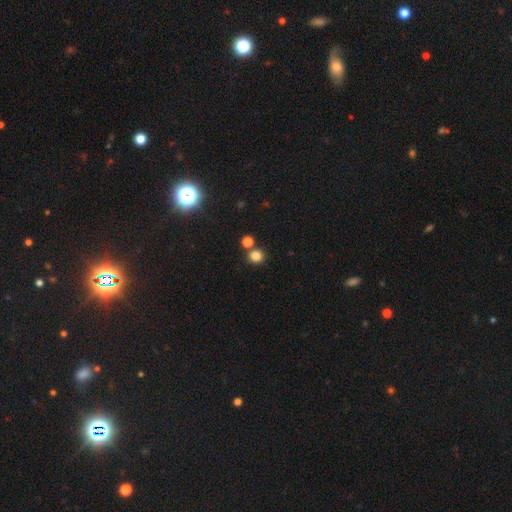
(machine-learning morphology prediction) This is clearly a smooth galaxy (82%). How rounded: clearly round (86%). Merging: likely none (75%).